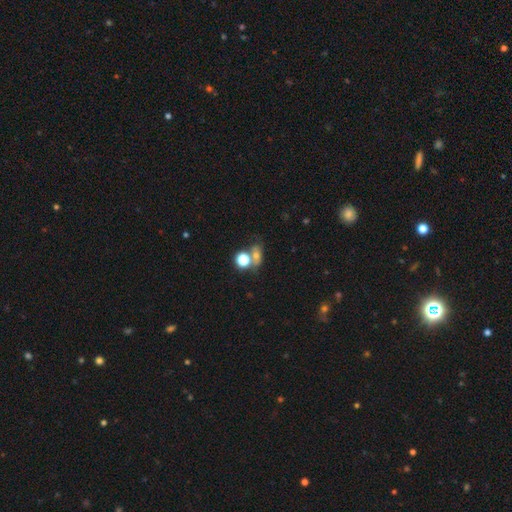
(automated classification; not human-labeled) This is likely a smooth galaxy (60%). How rounded: possibly round (50%). Merging: possibly none (46%).